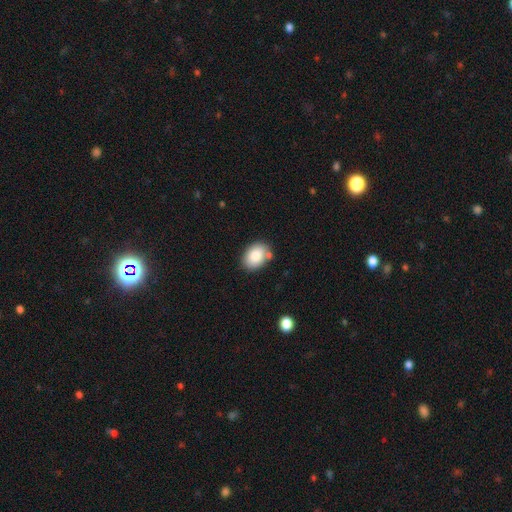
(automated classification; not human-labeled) Morphology: type=smooth (83%); roundness=in between (79%); merging=none (75%).